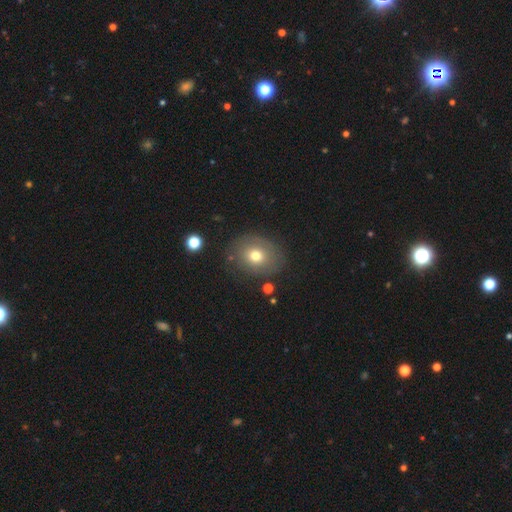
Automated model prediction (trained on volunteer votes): smooth_or_featured: smooth (p=0.68) [alt: featured or disk p=0.20]
how_rounded: round (p=0.54) [alt: in between p=0.45]
merging: none (p=0.78) [alt: minor disturbance p=0.14]